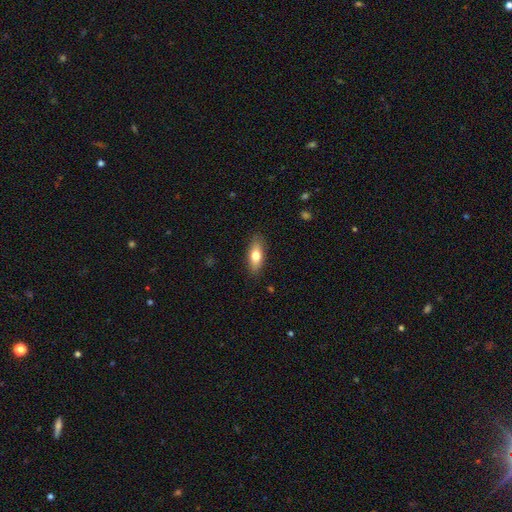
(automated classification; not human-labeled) Smooth or featured? smooth (70%)
How rounded? in between (70%)
Merging? none (86%)